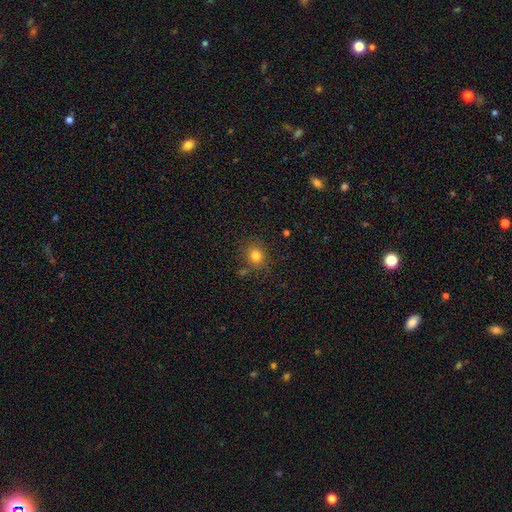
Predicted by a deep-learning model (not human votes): Morphology: type=smooth (80%); roundness=round (72%); merging=none (79%).